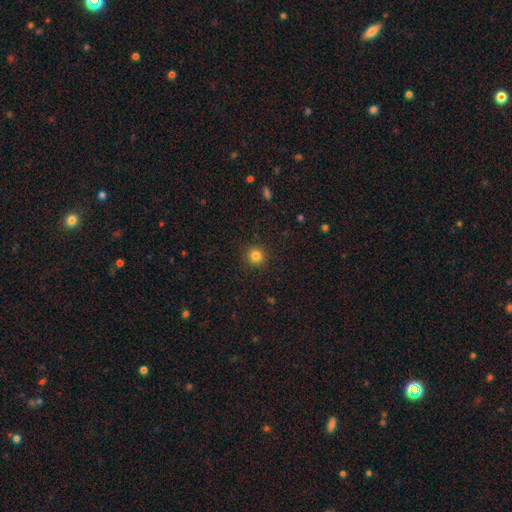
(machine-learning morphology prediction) type=smooth (82%); roundness=round (92%); merging=none (91%).